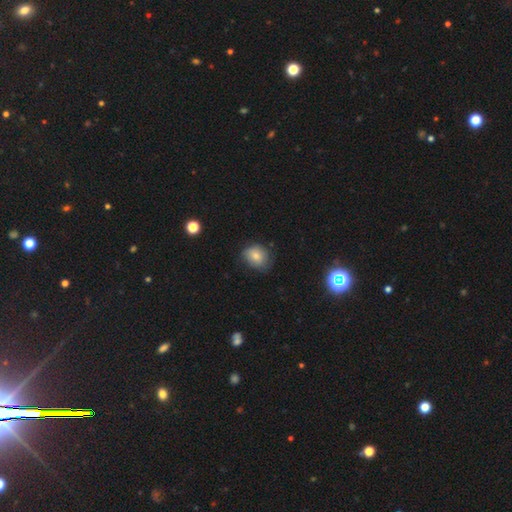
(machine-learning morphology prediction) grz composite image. It shows a smooth galaxy with no disk features (77%) that is round (61%). Merging: none (63%).